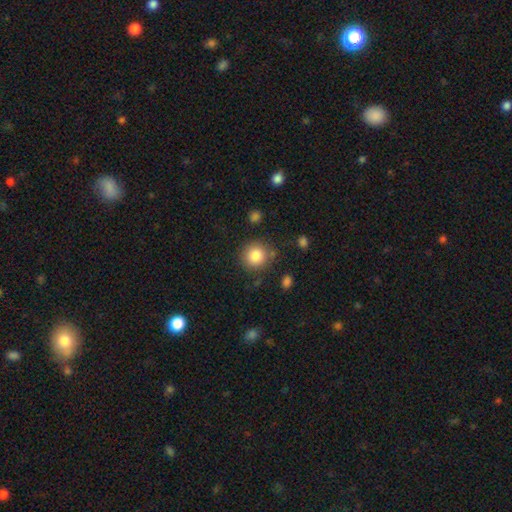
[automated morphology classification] smooth_or_featured: smooth (p=0.84) [alt: star or artifact p=0.10]
how_rounded: round (p=0.92) [alt: in between p=0.07]
merging: none (p=0.84) [alt: minor disturbance p=0.09]